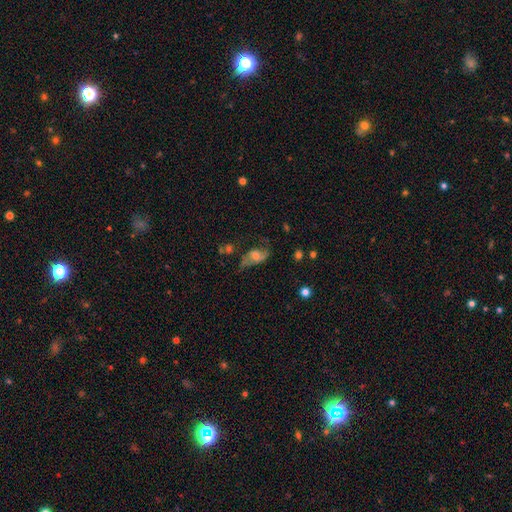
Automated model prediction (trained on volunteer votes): Smooth or featured? featured or disk (55%)
Edge-on disk? no (93%)
Bar? no (66%)
Spiral arms? yes (77%)
Bulge size? moderate (49%)
Merging? none (44%)